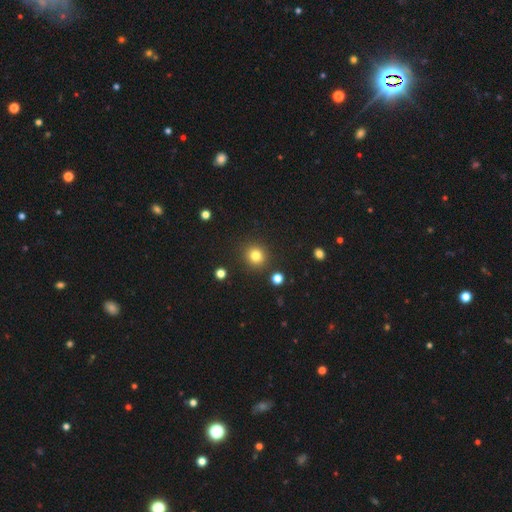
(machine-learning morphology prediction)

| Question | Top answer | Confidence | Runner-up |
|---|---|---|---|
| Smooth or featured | smooth | 81% | star or artifact (13%) |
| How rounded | round | 90% | in between (9%) |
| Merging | none | 89% | minor disturbance (7%) |